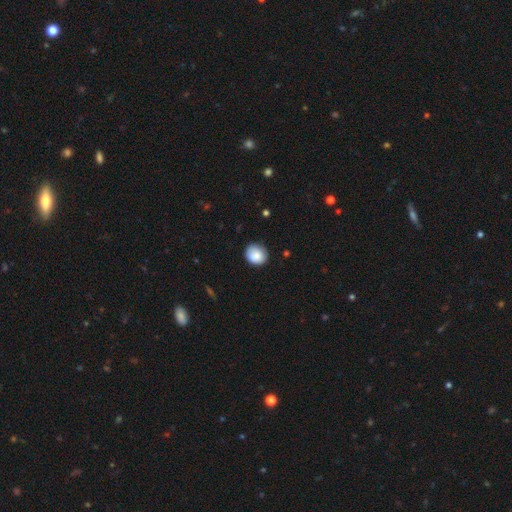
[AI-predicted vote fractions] A smooth galaxy with no disk features (86%) that is round (77%).

Vote fractions:
- Smooth or featured? smooth: 86% / star or artifact: 8% / featured or disk: 6%
- How rounded? round: 77% / in between: 22% / cigar-shaped: 1%
- Merging? none: 78% / minor disturbance: 17% / major disturbance: 3% / merger: 1%